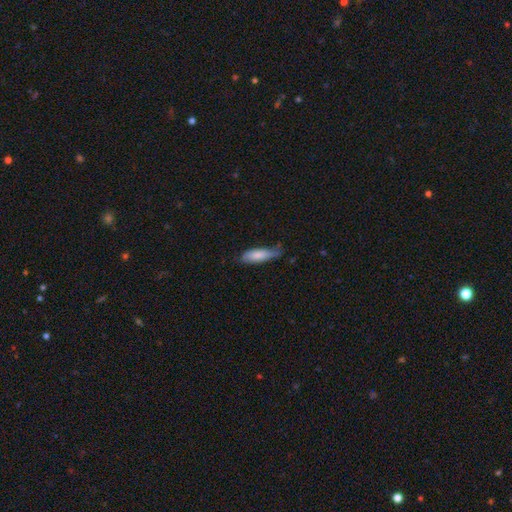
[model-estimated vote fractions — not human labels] Smooth or featured? smooth (71%)
How rounded? cigar-shaped (62%)
Merging? none (55%)